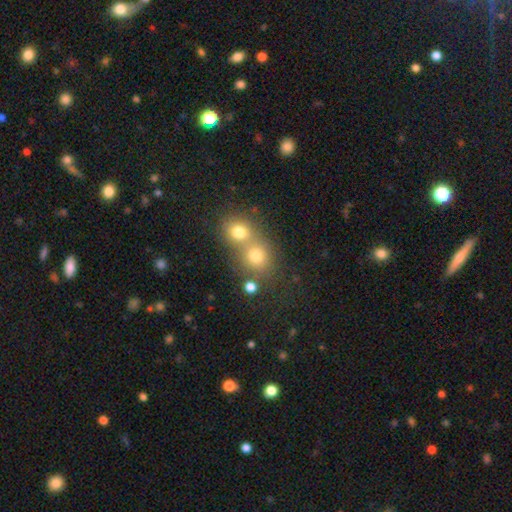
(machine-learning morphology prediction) Q: Smooth or featured?
A: smooth (74%); runner-up: star or artifact (15%)
Q: How rounded?
A: round (80%); runner-up: in between (19%)
Q: Merging?
A: merger (52%); runner-up: none (39%)